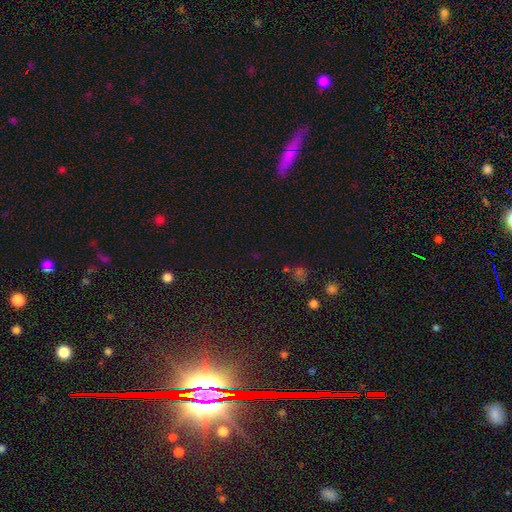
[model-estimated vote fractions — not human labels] Smooth or featured?
  - star or artifact: 62% *
  - smooth: 30%
  - featured or disk: 8%